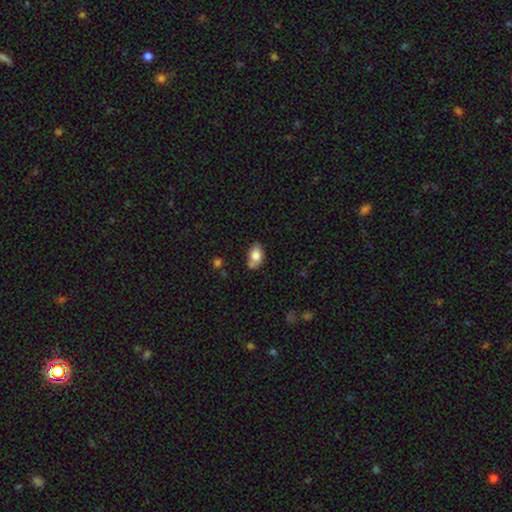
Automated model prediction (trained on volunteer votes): Smooth or featured? smooth (80%)
How rounded? in between (88%)
Merging? none (62%)